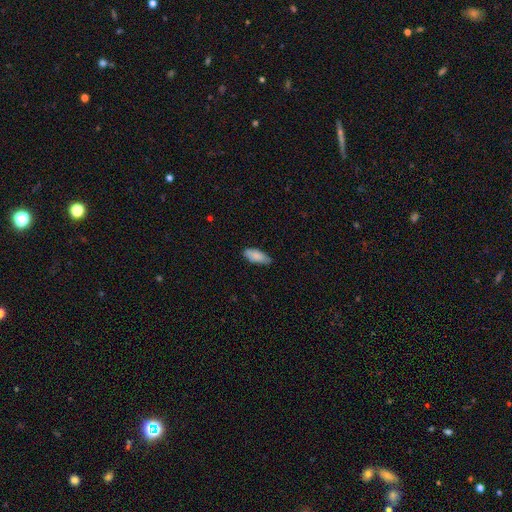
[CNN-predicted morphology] This appears to be a smooth galaxy with no disk features (86%) that is in between round and cigar-shaped (83%). Merging: none (74%).